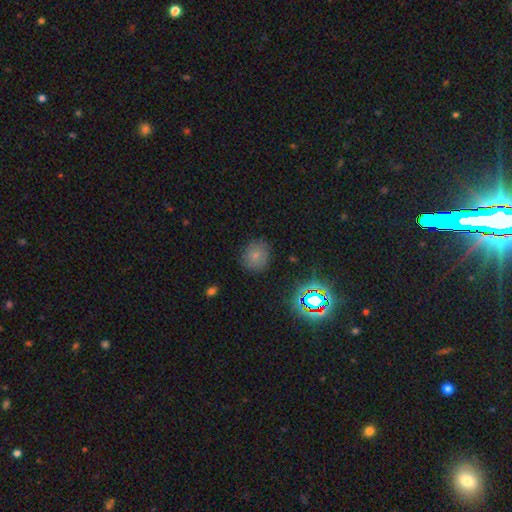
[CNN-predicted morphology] Overall: smooth (71%). How rounded: round (81%). Merging: none (83%).